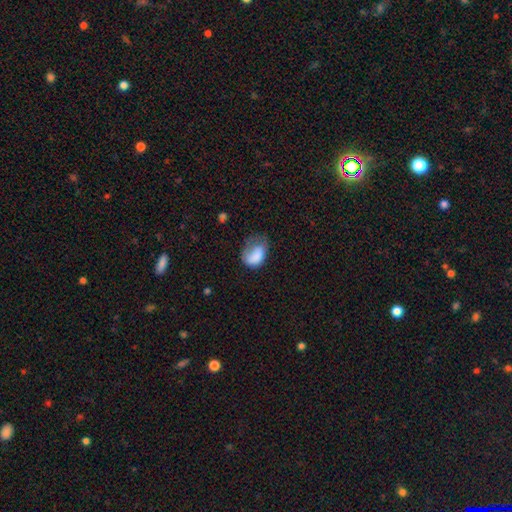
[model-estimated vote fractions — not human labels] Overall: smooth (77%). How rounded: in between (80%). Merging: major disturbance (41%; minor disturbance 32%).